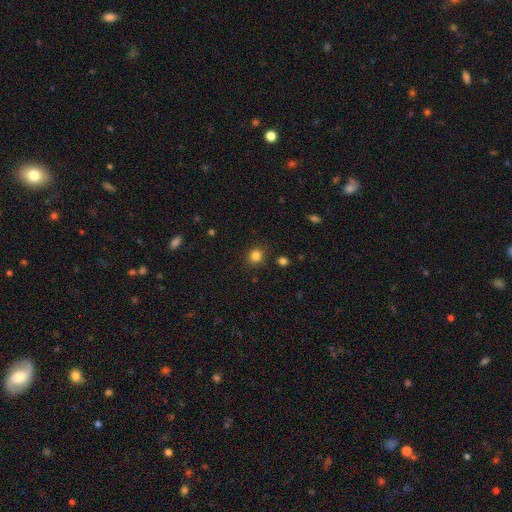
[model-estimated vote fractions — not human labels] Smooth or featured? smooth (83%)
How rounded? round (85%)
Merging? none (88%)